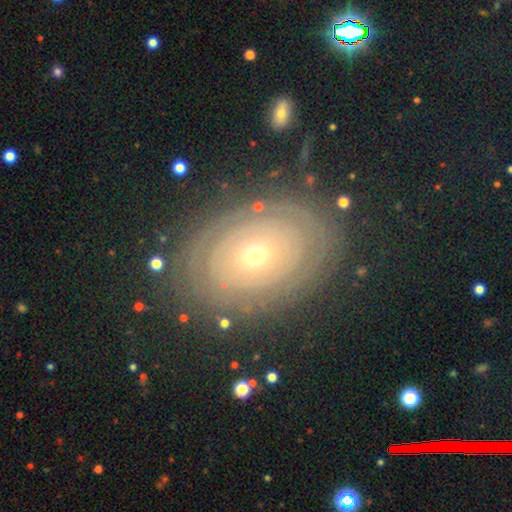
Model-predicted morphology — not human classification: This appears to be a featured or disk galaxy (71%) with no bar (86%), spiral arms (72%) and a small central bulge (64%). Merging: none (83%).